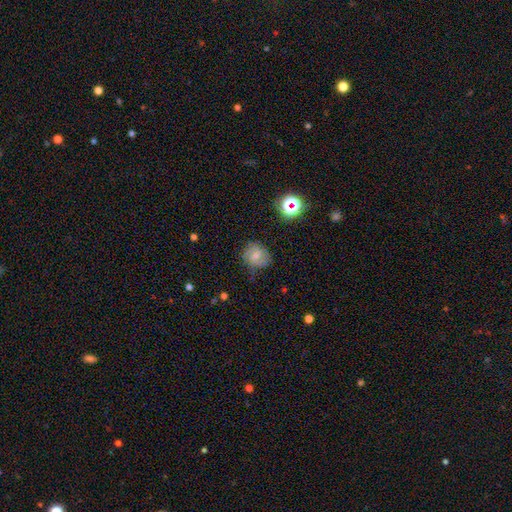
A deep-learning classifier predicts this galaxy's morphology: type=smooth (44%); merging=none (68%).